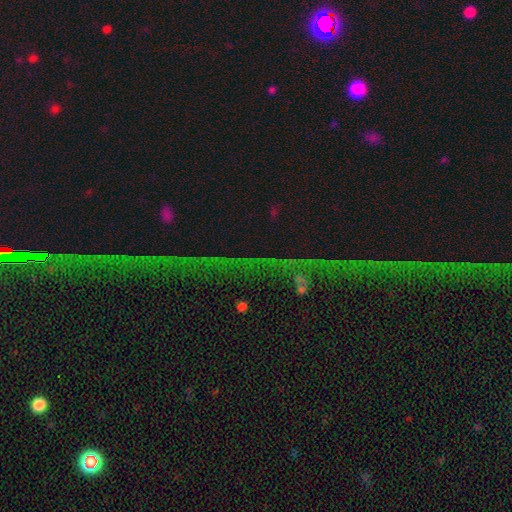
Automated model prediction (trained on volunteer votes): Smooth or featured?
  - star or artifact: 74% *
  - featured or disk: 14%
  - smooth: 11%